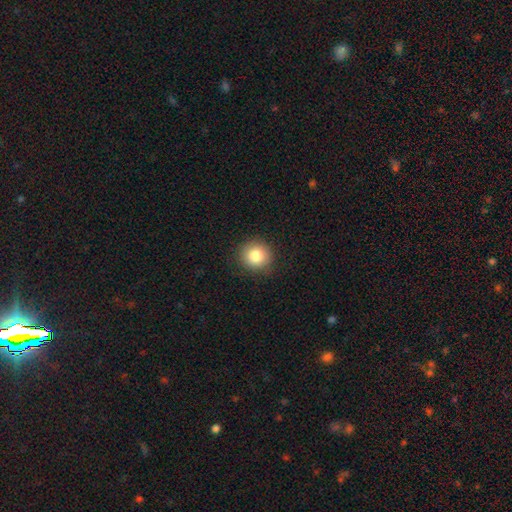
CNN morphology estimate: smooth 83%, star or artifact 9%, featured or disk 7%. Down the decision tree: how rounded — round (91%); merging — none (90%).